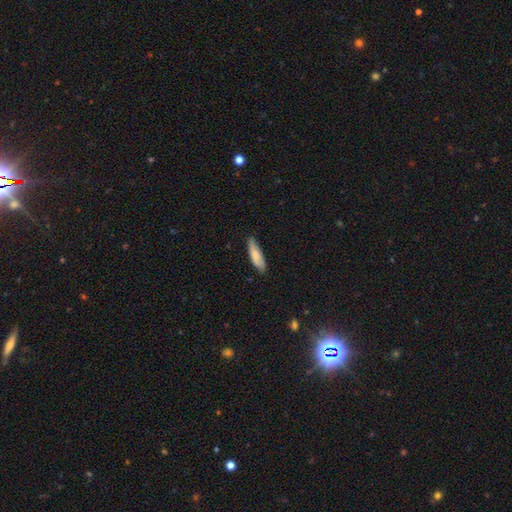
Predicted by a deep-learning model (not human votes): This is likely a smooth galaxy (77%). How rounded: possibly cigar-shaped (60%). Merging: clearly none (80%).